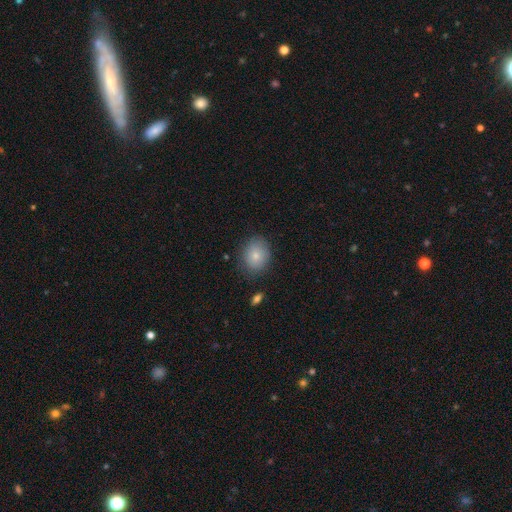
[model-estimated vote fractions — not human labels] Q: Smooth or featured?
A: smooth (80%); runner-up: featured or disk (12%)
Q: How rounded?
A: round (57%); runner-up: in between (42%)
Q: Merging?
A: none (80%); runner-up: minor disturbance (15%)